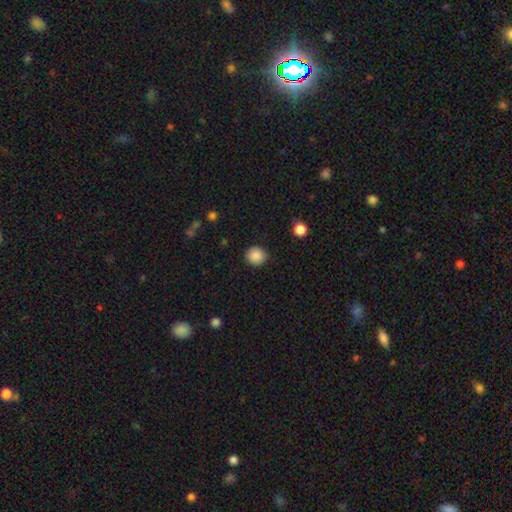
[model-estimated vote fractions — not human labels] This appears to be a smooth galaxy with no disk features (88%) that is round (85%). Merging: none (86%).